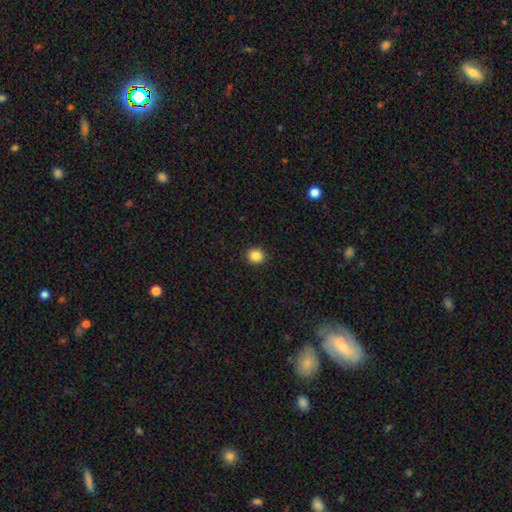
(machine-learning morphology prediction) The model was most divided on "smooth or featured": smooth: 86%, star or artifact: 11%, featured or disk: 4%. More confident: merging — none (93%); how rounded — round (89%).